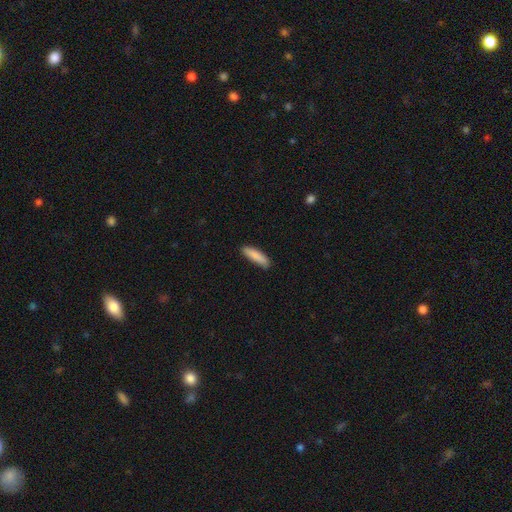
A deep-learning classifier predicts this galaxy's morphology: smooth-or-featured: smooth: 87% | featured or disk: 8% | star or artifact: 6%
  how-rounded: cigar-shaped: 69% | in between: 29% | round: 1%
  merging: none: 84% | minor disturbance: 13% | major disturbance: 2% | merger: 1%